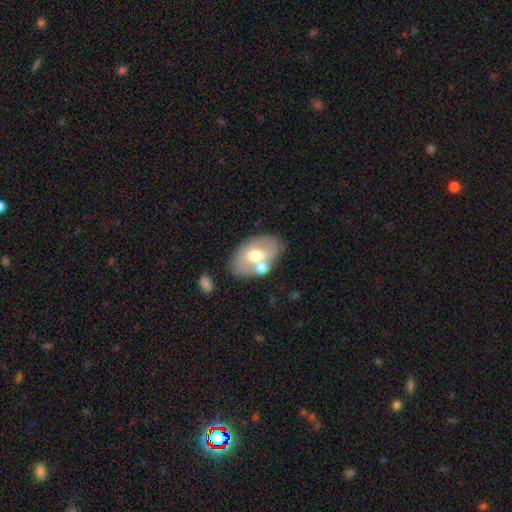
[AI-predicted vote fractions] Smooth or featured?
  - smooth: 49% *
  - featured or disk: 44%
  - star or artifact: 7%
Merging?
  - none: 61% *
  - merger: 18%
  - minor disturbance: 15%
  - major disturbance: 6%